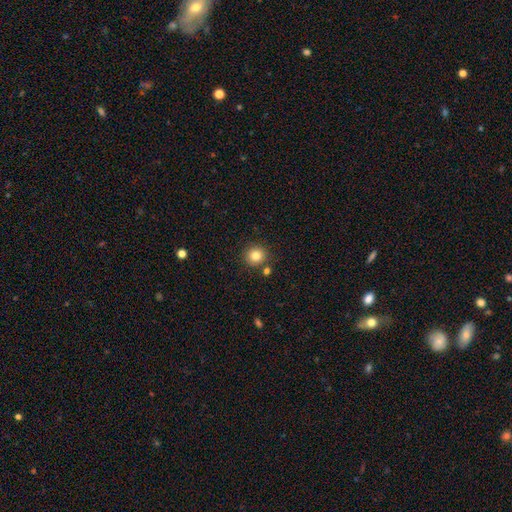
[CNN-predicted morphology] smooth 83%, star or artifact 11%, featured or disk 6%. Down the decision tree: how rounded — round (92%); merging — none (85%).